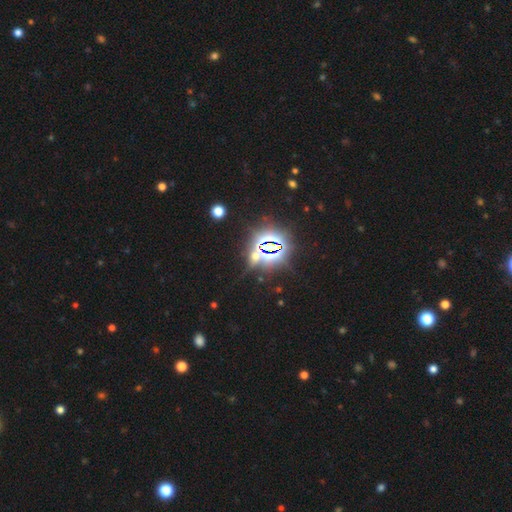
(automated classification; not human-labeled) The model was most divided on "smooth or featured": star or artifact: 77%, smooth: 14%, featured or disk: 8%.